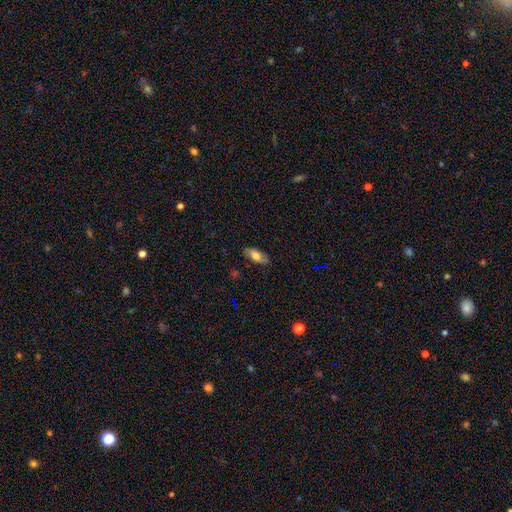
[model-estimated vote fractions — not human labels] smooth_or_featured: smooth (p=0.67) [alt: featured or disk p=0.25]
how_rounded: in between (p=0.81) [alt: cigar-shaped p=0.16]
merging: none (p=0.80) [alt: minor disturbance p=0.15]